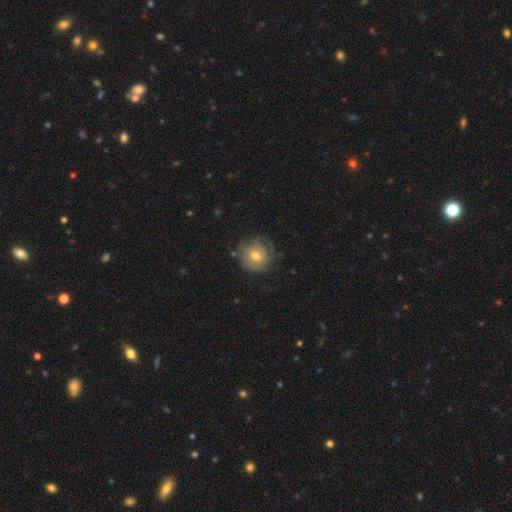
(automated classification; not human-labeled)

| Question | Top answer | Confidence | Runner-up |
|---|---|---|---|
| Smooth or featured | smooth | 48% | featured or disk (45%) |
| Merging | none | 63% | minor disturbance (24%) |